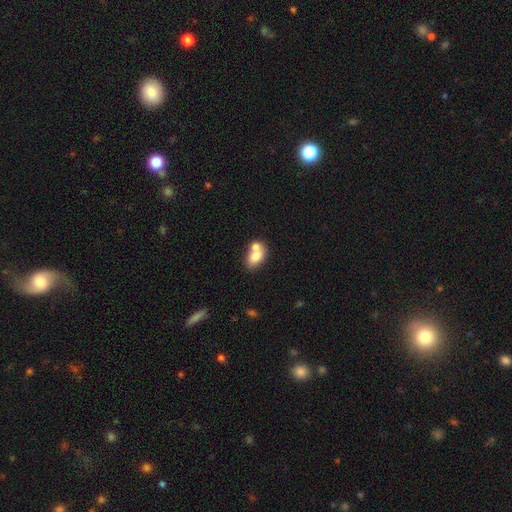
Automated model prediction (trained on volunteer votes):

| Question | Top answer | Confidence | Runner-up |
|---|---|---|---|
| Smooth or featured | smooth | 74% | featured or disk (17%) |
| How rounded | in between | 83% | round (15%) |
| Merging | merger | 50% | none (35%) |